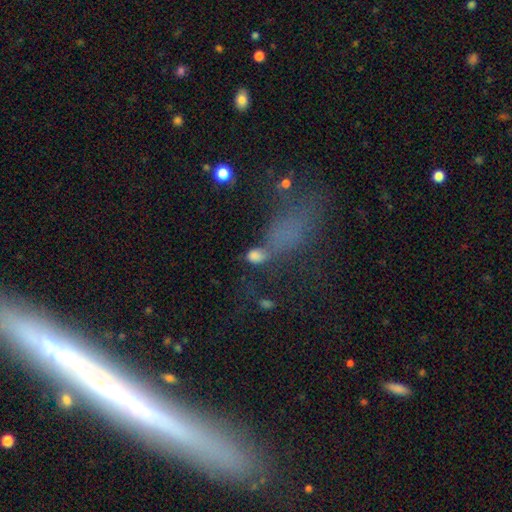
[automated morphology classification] A smooth galaxy with no disk features (63%) that is in between round and cigar-shaped (63%). Merging: none (35%).